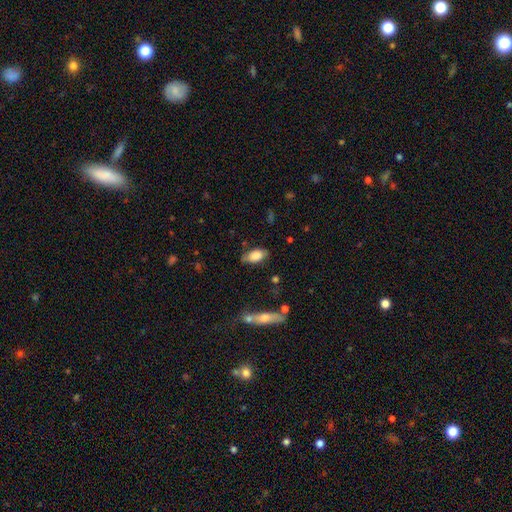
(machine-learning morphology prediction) Smooth or featured?
  - smooth: 81% *
  - featured or disk: 11%
  - star or artifact: 7%
How rounded?
  - in between: 91% *
  - round: 4%
  - cigar-shaped: 4%
Merging?
  - none: 69% *
  - minor disturbance: 22%
  - major disturbance: 6%
  - merger: 3%